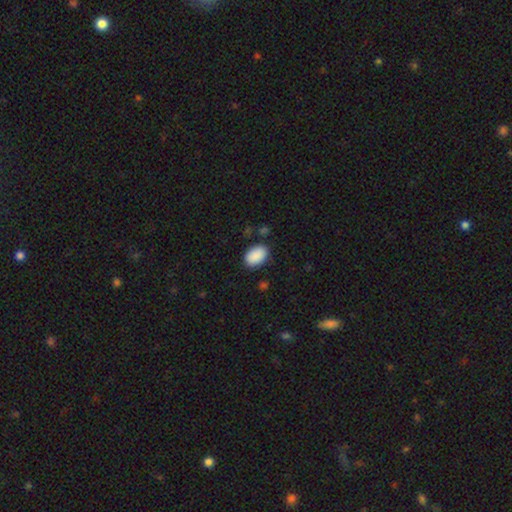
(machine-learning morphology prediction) smooth 90%, star or artifact 7%, featured or disk 3%. Down the decision tree: how rounded — in between (88%); merging — none (83%).